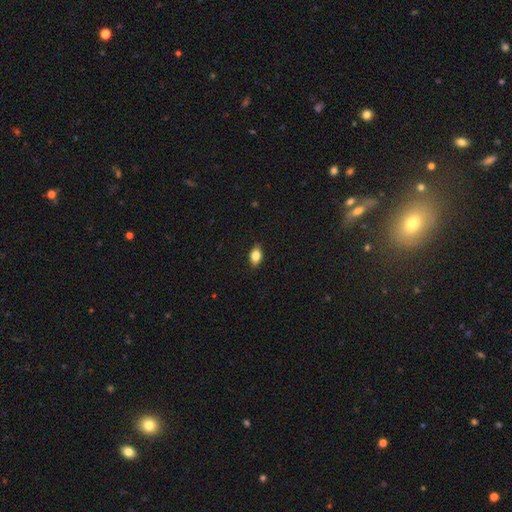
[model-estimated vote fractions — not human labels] This appears to be a smooth galaxy with no disk features (77%) that is in between round and cigar-shaped (84%). Merging: none (87%).